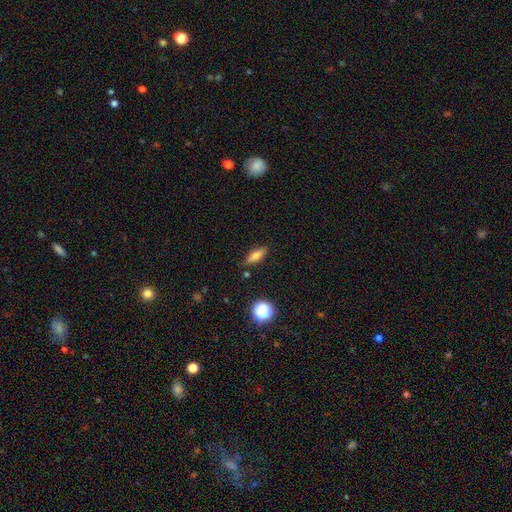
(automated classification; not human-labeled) A smooth galaxy with no disk features (68%) that is in between round and cigar-shaped (59%). Merging: none (83%).